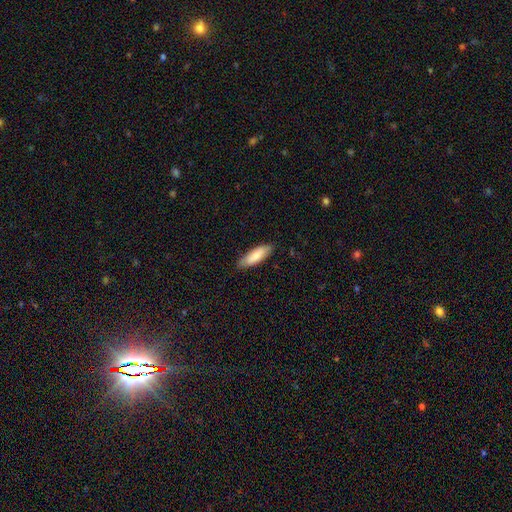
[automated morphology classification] smooth 81%, featured or disk 13%, star or artifact 5%. Down the decision tree: how rounded — in between (56%); merging — none (84%).